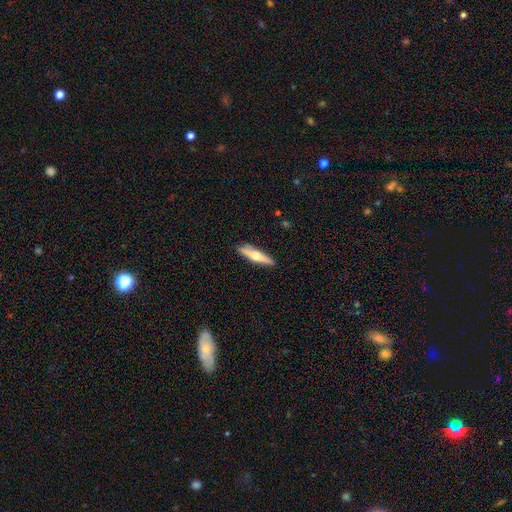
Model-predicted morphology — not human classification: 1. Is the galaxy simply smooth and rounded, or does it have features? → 54% featured or disk, 40% smooth, 5% star or artifact.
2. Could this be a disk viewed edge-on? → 95% yes, 5% no.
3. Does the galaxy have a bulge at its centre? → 92% rounded, 4% none, 4% boxy.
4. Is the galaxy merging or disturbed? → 87% none, 9% minor disturbance, 2% major disturbance, 1% merger.